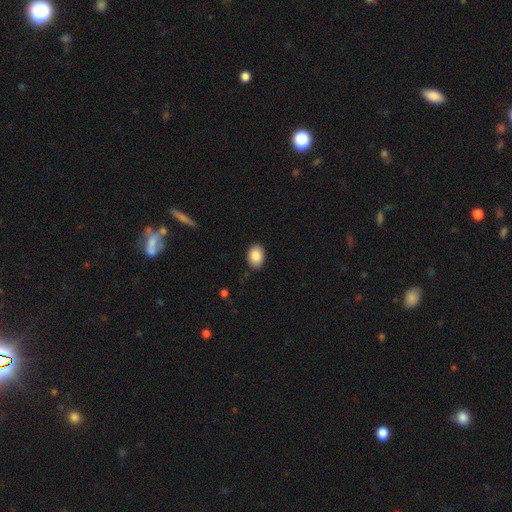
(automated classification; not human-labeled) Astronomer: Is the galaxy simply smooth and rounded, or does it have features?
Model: smooth — 87%.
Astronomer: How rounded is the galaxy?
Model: in between — 80%.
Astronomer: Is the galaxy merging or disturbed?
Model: none — 88%.